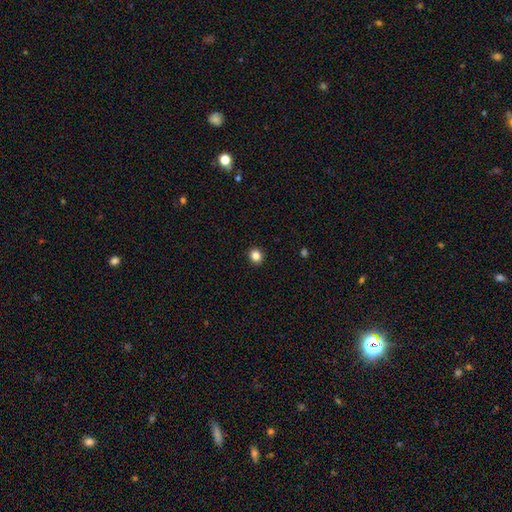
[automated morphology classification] This is clearly a smooth galaxy (84%). How rounded: clearly round (84%). Merging: clearly none (93%).